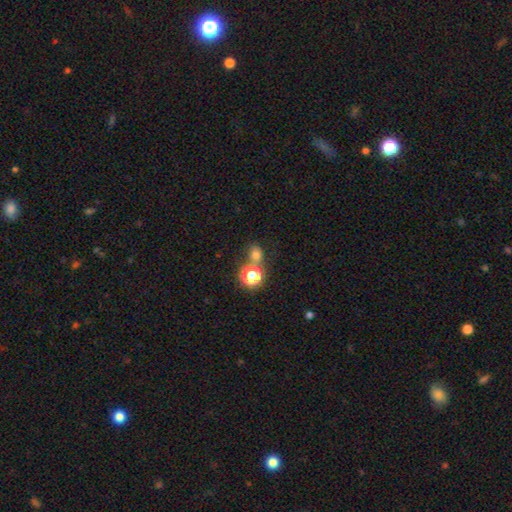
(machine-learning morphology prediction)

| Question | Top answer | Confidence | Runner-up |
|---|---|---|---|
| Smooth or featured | smooth | 70% | star or artifact (22%) |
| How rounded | round | 71% | in between (28%) |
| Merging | none | 63% | merger (24%) |